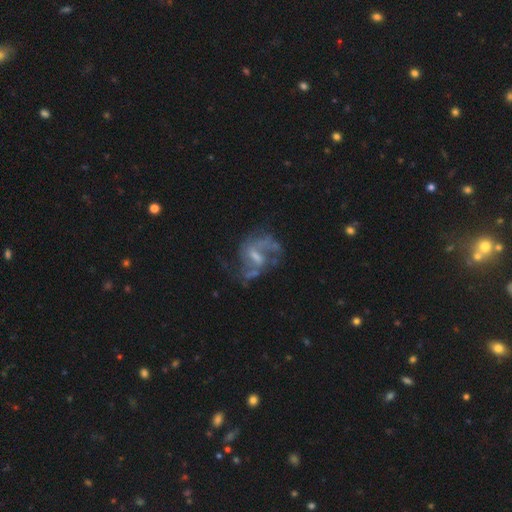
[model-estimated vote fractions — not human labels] Smooth or featured? featured or disk (79%)
Edge-on disk? no (97%)
Bar? weak (53%)
Spiral arms? yes (83%)
Spiral winding? loose (45%)
Spiral arm count? 2 (63%)
Bulge size? small (39%)
Merging? none (48%)